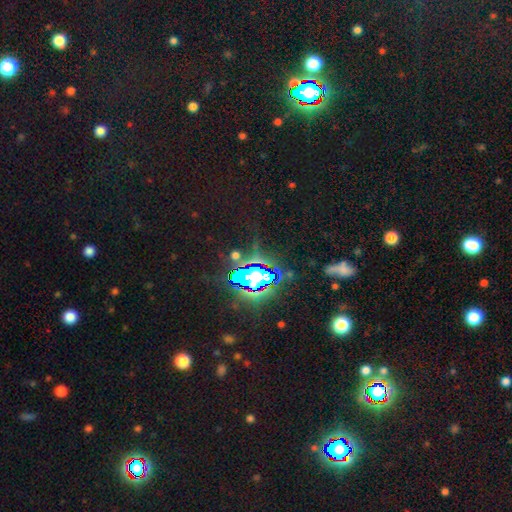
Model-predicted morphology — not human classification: Overall: star or artifact (78%).